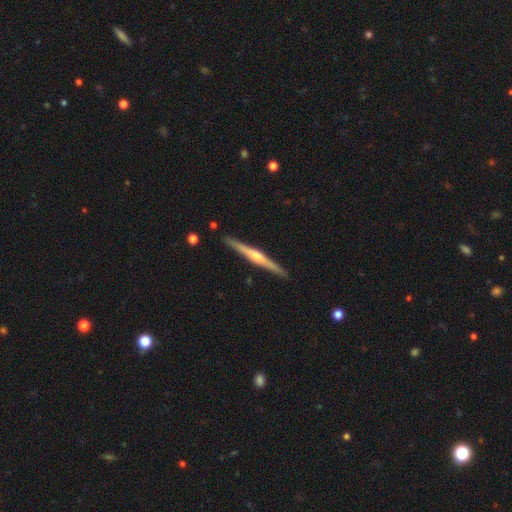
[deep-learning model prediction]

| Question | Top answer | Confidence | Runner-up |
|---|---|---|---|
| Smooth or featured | featured or disk | 79% | smooth (16%) |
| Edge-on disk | yes | 98% | no (2%) |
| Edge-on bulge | rounded | 77% | none (12%) |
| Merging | none | 91% | minor disturbance (7%) |